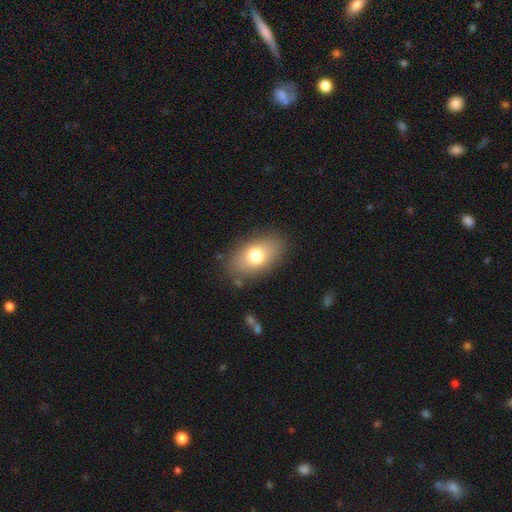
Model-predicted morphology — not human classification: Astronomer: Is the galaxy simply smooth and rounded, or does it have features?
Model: smooth — 73%.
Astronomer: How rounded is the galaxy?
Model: in between — 88%.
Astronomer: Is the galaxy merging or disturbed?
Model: none — 82%.